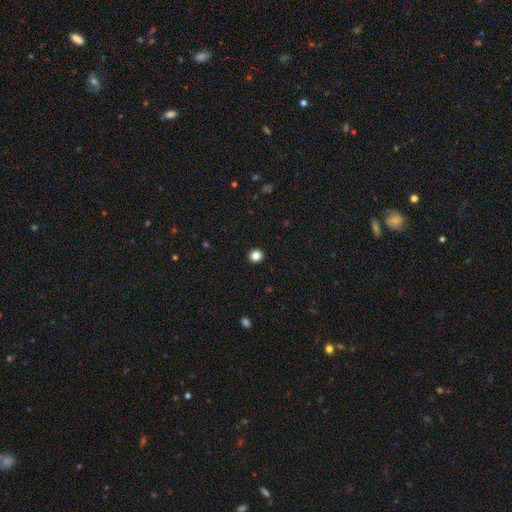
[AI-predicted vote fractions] This appears to be a smooth galaxy with no disk features (85%) that is round (92%). Merging: none (93%).